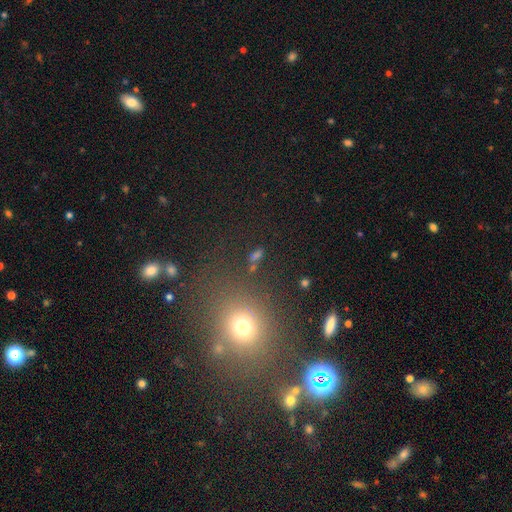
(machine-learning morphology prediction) A smooth galaxy with no disk features (59%) that is in between round and cigar-shaped (55%).

Vote fractions:
- Smooth or featured? smooth: 59% / star or artifact: 29% / featured or disk: 12%
- How rounded? in between: 55% / round: 36% / cigar-shaped: 9%
- Merging? none: 75% / minor disturbance: 10% / merger: 8% / major disturbance: 7%